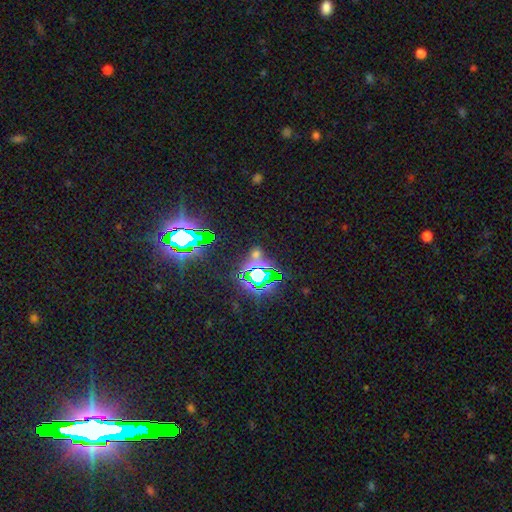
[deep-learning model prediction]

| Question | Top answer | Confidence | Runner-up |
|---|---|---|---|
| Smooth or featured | star or artifact | 71% | smooth (20%) |